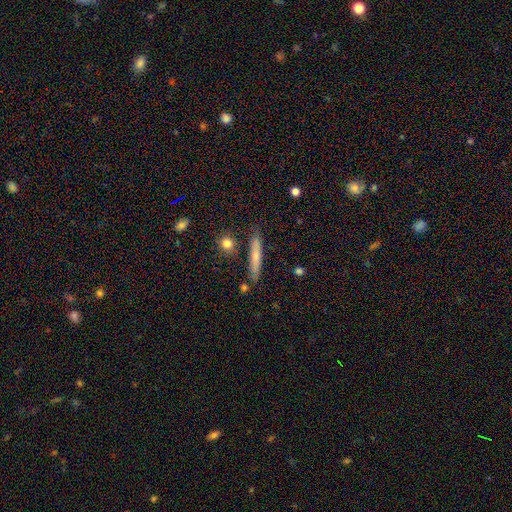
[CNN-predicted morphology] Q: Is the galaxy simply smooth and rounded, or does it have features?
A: smooth — 62%.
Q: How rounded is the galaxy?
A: cigar-shaped — 93%.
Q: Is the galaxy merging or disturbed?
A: none — 82%.